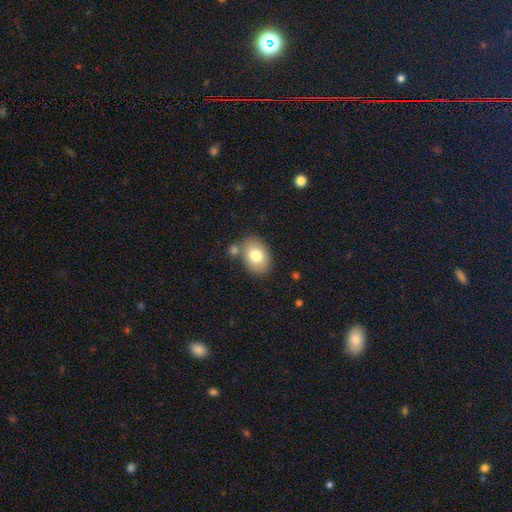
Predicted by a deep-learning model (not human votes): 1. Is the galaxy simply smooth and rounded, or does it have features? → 77% smooth, 15% featured or disk, 8% star or artifact.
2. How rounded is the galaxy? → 78% in between, 21% round, 1% cigar-shaped.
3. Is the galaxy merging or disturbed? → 73% none, 13% minor disturbance, 10% merger, 3% major disturbance.